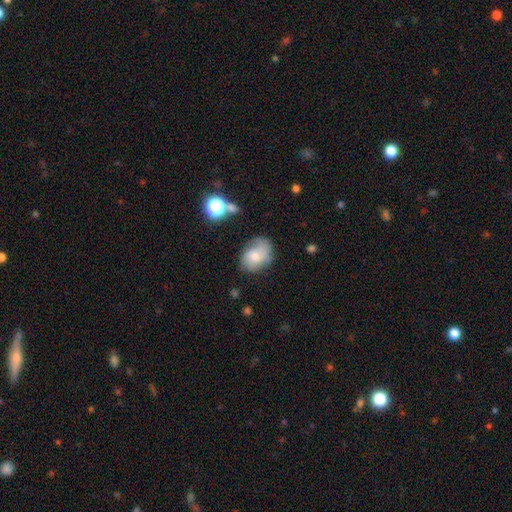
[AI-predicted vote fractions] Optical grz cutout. It shows a smooth galaxy with no disk features (56%) that is in between round and cigar-shaped (70%). Merging: none (56%).